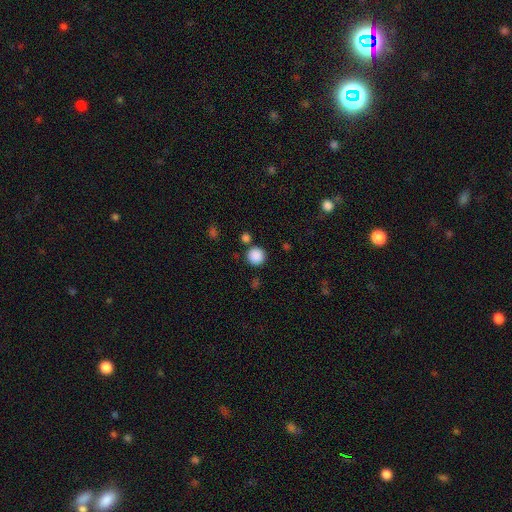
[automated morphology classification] Smooth or featured? smooth (87%)
How rounded? round (94%)
Merging? none (82%)